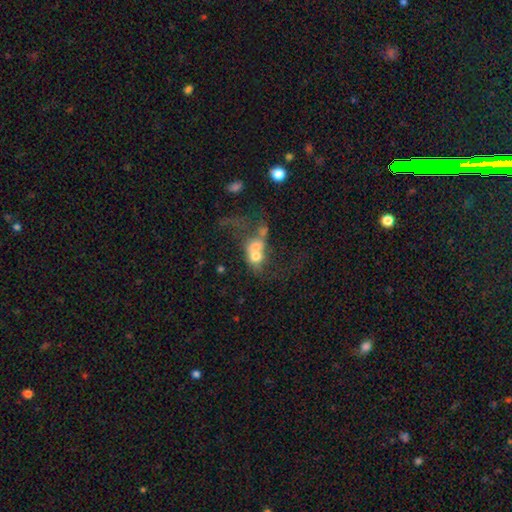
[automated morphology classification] smooth_or_featured: smooth (p=0.53) [alt: featured or disk p=0.33]
how_rounded: round (p=0.50) [alt: in between p=0.47]
merging: merger (p=0.70) [alt: major disturbance p=0.13]